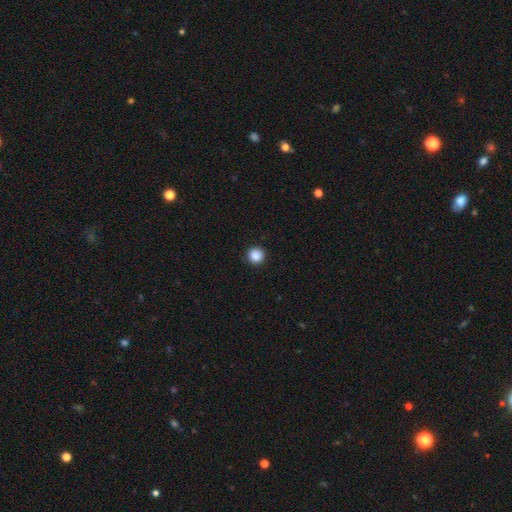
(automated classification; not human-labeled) Morphology: type=smooth (88%); roundness=round (94%); merging=none (92%).